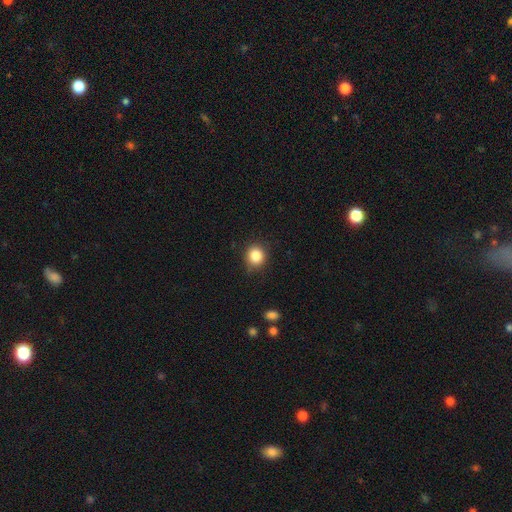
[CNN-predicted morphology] A smooth galaxy with no disk features (85%) that is round (83%).

Vote fractions:
- Smooth or featured? smooth: 85% / star or artifact: 10% / featured or disk: 5%
- How rounded? round: 83% / in between: 16% / cigar-shaped: 1%
- Merging? none: 82% / minor disturbance: 14% / major disturbance: 3% / merger: 1%